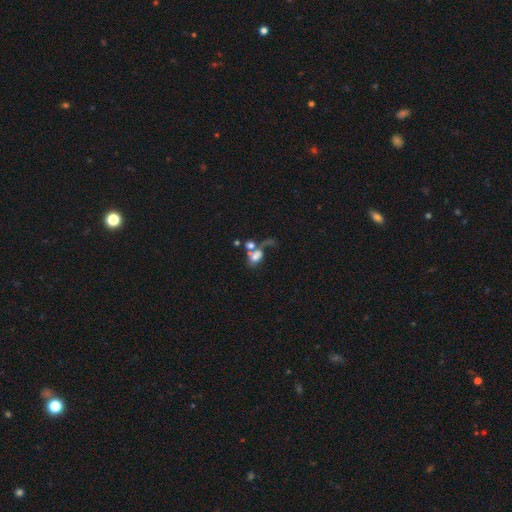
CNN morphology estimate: Smooth or featured?
  - smooth: 57% *
  - featured or disk: 29%
  - star or artifact: 14%
How rounded?
  - in between: 74% *
  - round: 23%
  - cigar-shaped: 3%
Merging?
  - merger: 51% *
  - major disturbance: 23%
  - none: 17%
  - minor disturbance: 9%